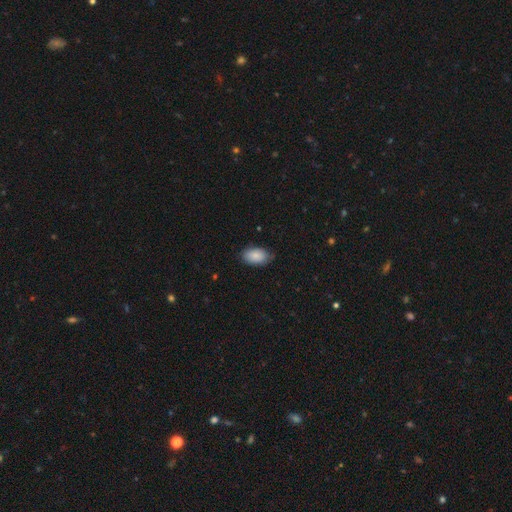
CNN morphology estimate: smooth 85%, featured or disk 8%, star or artifact 6%. Down the decision tree: how rounded — in between (93%); merging — none (76%).